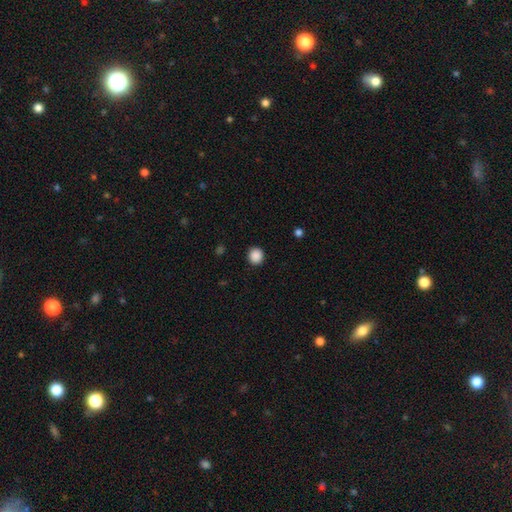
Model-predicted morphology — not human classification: smooth 88%, star or artifact 9%, featured or disk 2%. Down the decision tree: how rounded — round (88%); merging — none (91%).